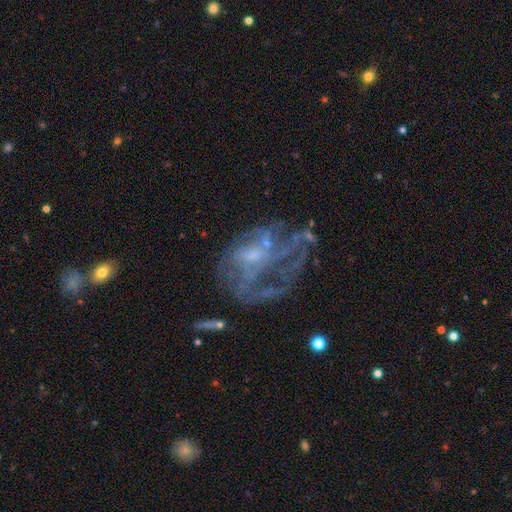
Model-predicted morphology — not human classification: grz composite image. It shows a featured or disk galaxy (70%) with no bar (69%), no spiral arms (54%) and a small central bulge (48%). Merging: major disturbance (41%).